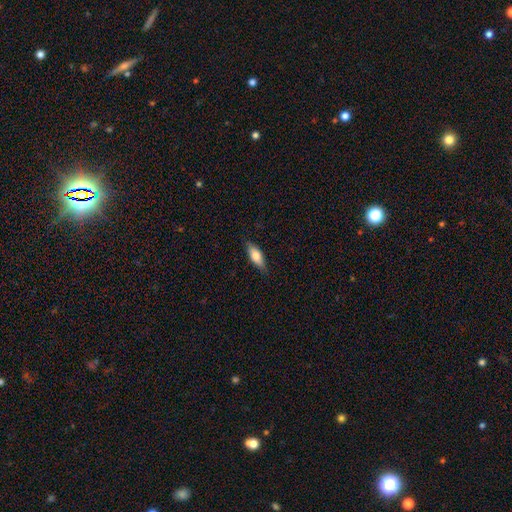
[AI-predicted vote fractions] Smooth or featured? Predicted: smooth (p=0.73). How rounded? Predicted: in between (p=0.70). Merging? Predicted: none (p=0.83).